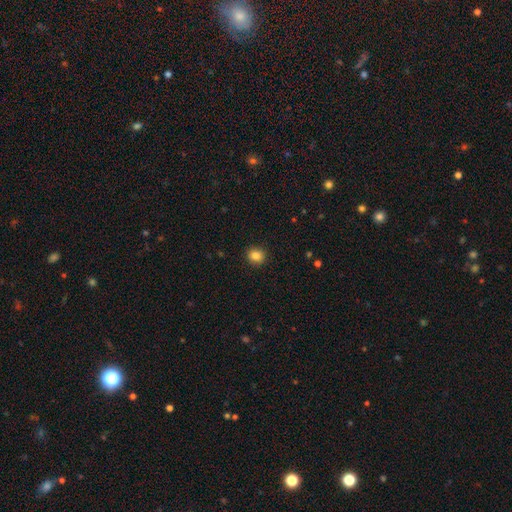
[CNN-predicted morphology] smooth 84%, star or artifact 11%, featured or disk 5%. Down the decision tree: how rounded — round (81%); merging — none (91%).